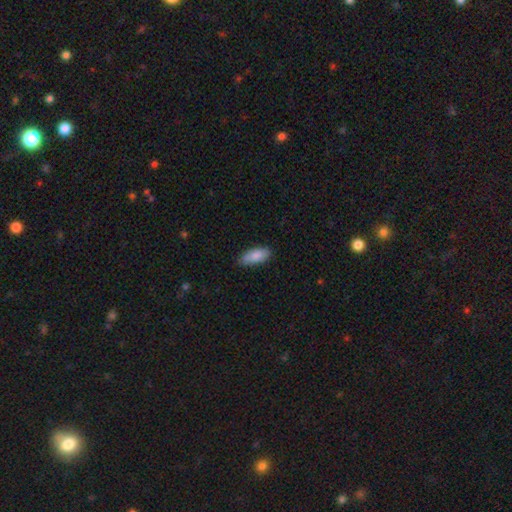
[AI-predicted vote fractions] This is clearly a smooth galaxy (86%). How rounded: clearly in between (84%). Merging: likely none (79%).